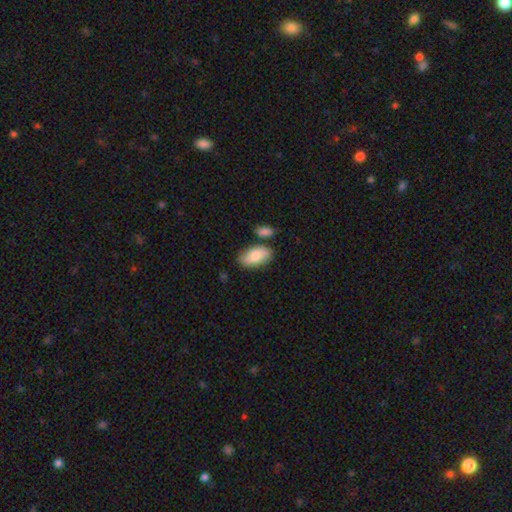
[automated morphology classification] This appears to be a smooth galaxy with no disk features (75%) that is in between round and cigar-shaped (92%). Merging: none (68%).